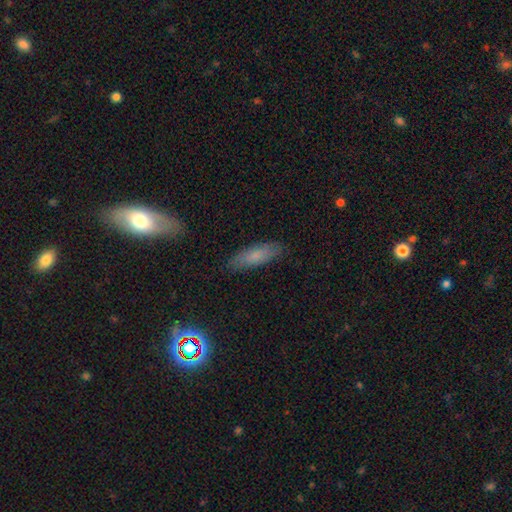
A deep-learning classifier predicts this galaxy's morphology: The model was most divided on "how rounded": cigar-shaped: 50%, in between: 48%, round: 2%. More confident: merging — none (84%); smooth or featured — smooth (74%).